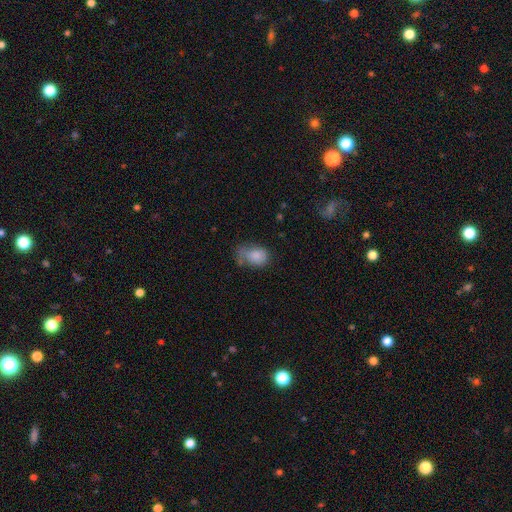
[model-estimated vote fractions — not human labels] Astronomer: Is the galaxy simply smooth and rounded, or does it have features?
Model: smooth — 79%.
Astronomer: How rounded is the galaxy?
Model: in between — 73%.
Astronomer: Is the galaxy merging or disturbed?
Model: none — 34% (runner-up: minor disturbance, 32%).